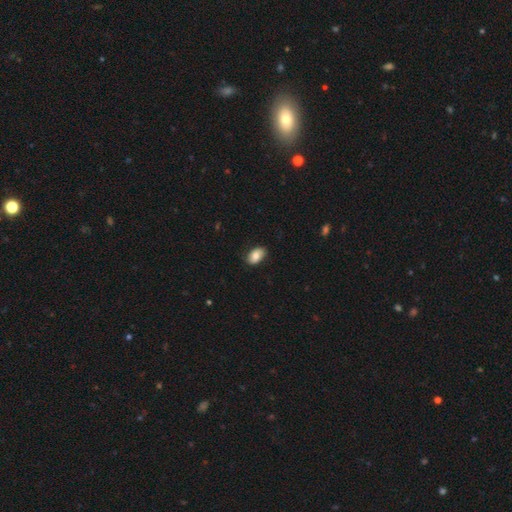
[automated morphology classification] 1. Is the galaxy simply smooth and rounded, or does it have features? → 76% smooth, 17% featured or disk, 7% star or artifact.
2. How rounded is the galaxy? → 90% in between, 8% round, 1% cigar-shaped.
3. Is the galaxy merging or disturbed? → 82% none, 15% minor disturbance, 3% major disturbance, 1% merger.